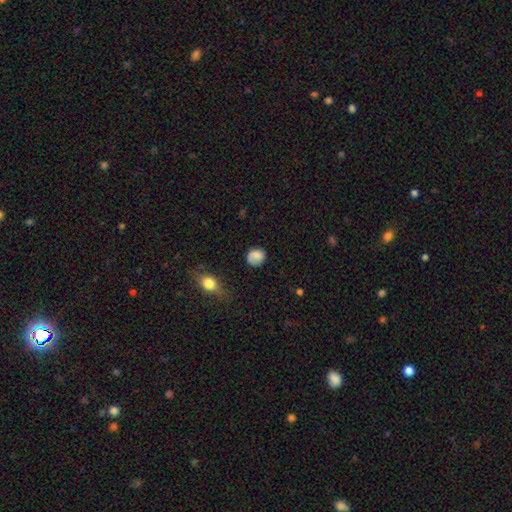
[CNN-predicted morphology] Smooth or featured? smooth (81%)
How rounded? round (76%)
Merging? none (67%)